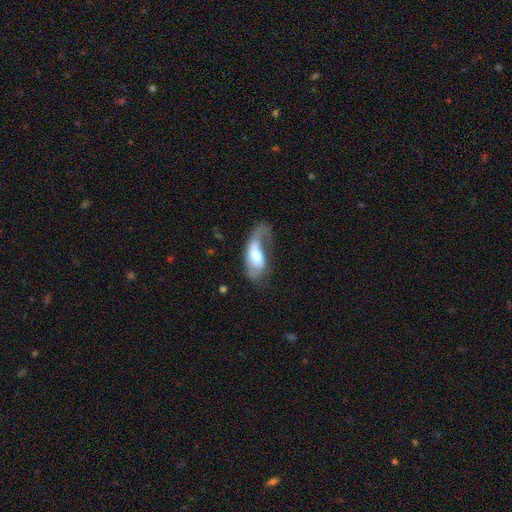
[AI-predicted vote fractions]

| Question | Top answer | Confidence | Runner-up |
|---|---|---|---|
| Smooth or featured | featured or disk | 51% | smooth (42%) |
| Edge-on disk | no | 91% | yes (9%) |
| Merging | major disturbance | 54% | none (21%) |